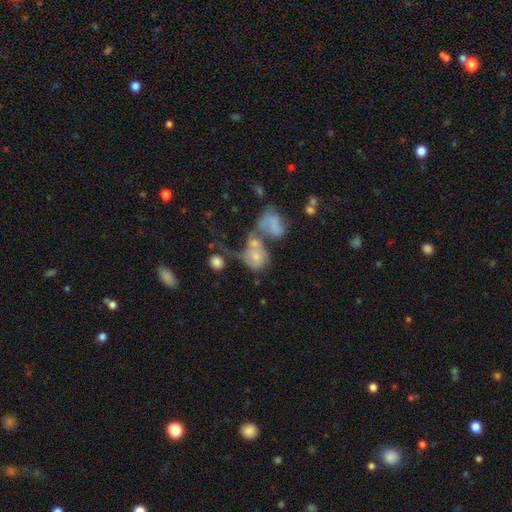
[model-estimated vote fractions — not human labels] Smooth or featured? smooth (51%)
How rounded? in between (55%)
Merging? merger (62%)